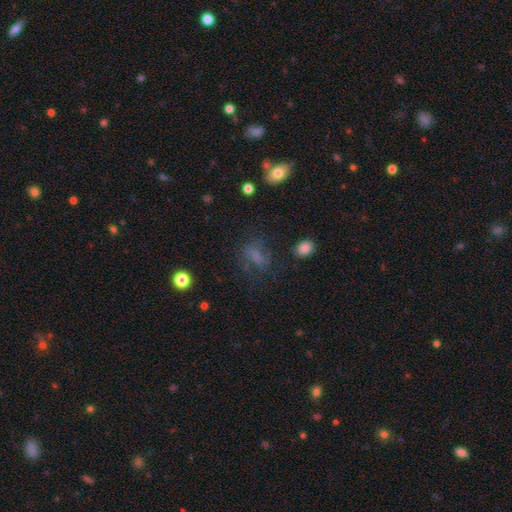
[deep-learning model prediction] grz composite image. It shows a smooth galaxy with no disk features (55%) that is in between round and cigar-shaped (68%). Merging: none (54%).